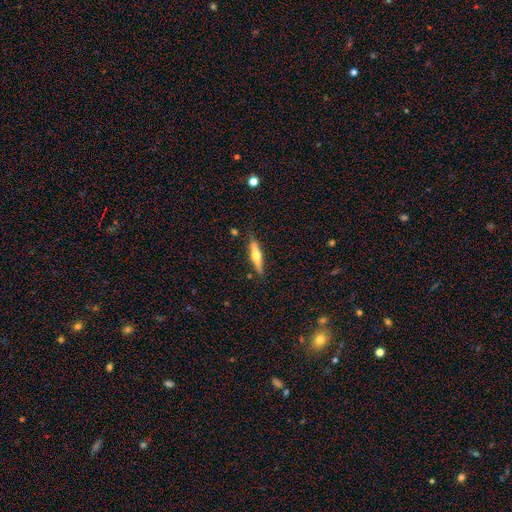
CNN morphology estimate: This is possibly a featured or disk galaxy (59%). It is clearly viewed edge-on (96%). Edge-on bulge: clearly rounded (94%). Merging: clearly none (86%).